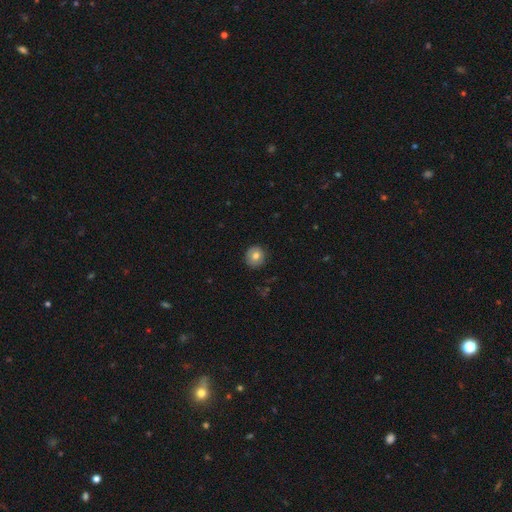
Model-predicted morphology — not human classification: A smooth galaxy with no disk features (76%) that is round (92%).

Vote fractions:
- Smooth or featured? smooth: 76% / featured or disk: 16% / star or artifact: 9%
- How rounded? round: 92% / in between: 7% / cigar-shaped: 1%
- Merging? none: 88% / minor disturbance: 9% / major disturbance: 2% / merger: 1%